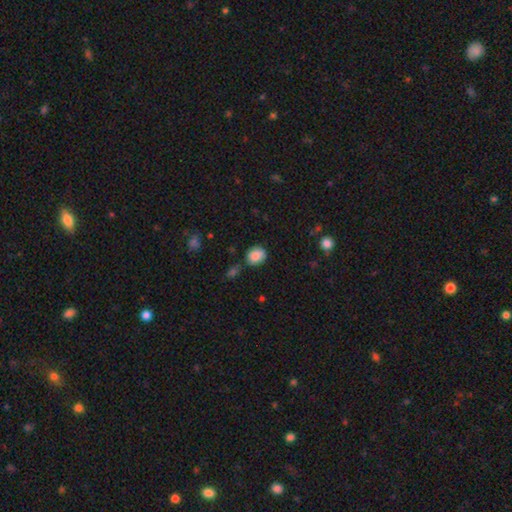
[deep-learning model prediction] This is clearly a smooth galaxy (86%). How rounded: possibly round (59%). Merging: likely none (72%).